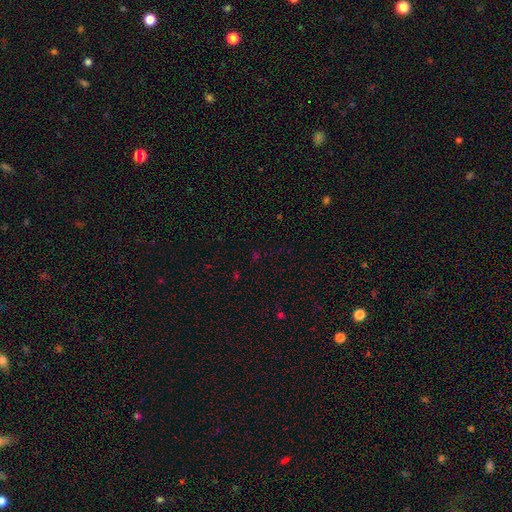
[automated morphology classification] smooth_or_featured: star or artifact (p=0.62) [alt: smooth p=0.31]